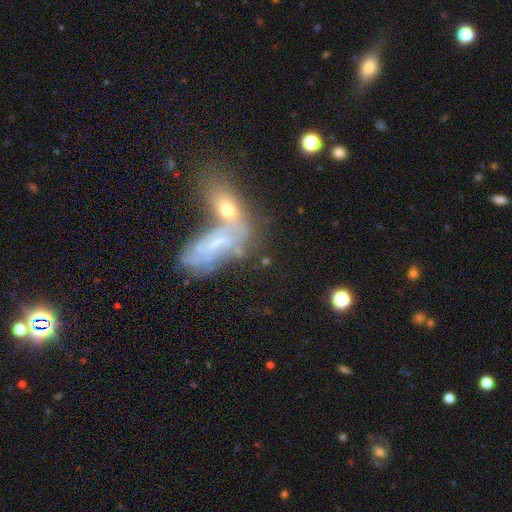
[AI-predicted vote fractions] A featured or disk galaxy (45%).

Vote fractions:
- Smooth or featured? featured or disk: 45% / smooth: 37% / star or artifact: 18%
- Merging? merger: 56% / none: 27% / minor disturbance: 10% / major disturbance: 8%